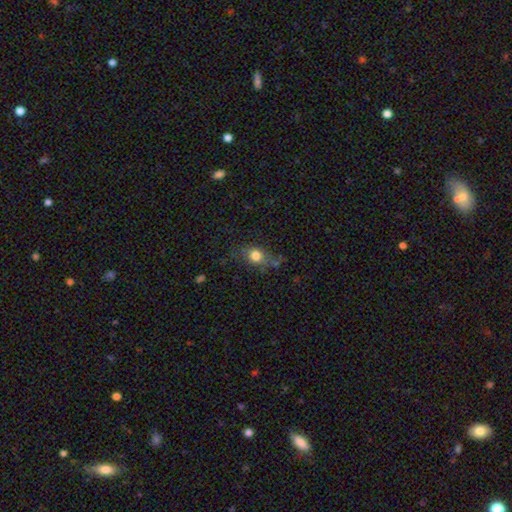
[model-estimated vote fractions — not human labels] Smooth or featured? Predicted: smooth (p=0.77). How rounded? Predicted: in between (p=0.50). Merging? Predicted: none (p=0.62).